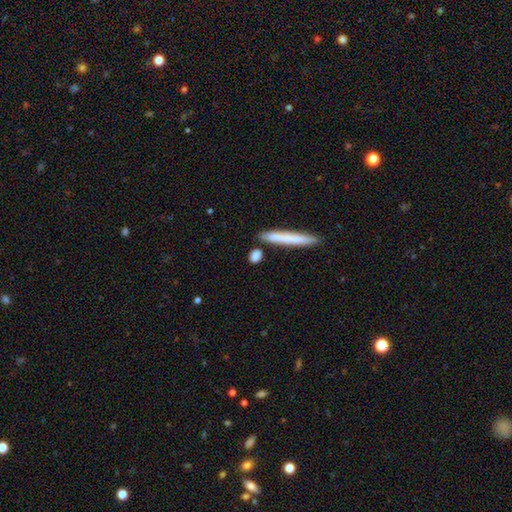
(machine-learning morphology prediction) The model was most divided on "how rounded": cigar-shaped: 41%, in between: 38%, round: 21%. More confident: smooth or featured — smooth (82%); merging — none (75%).